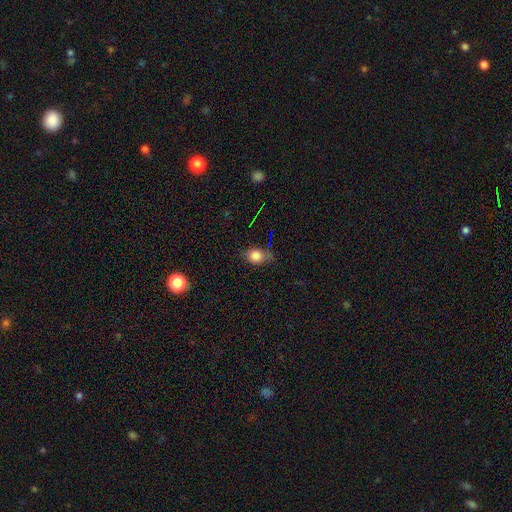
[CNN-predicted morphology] smooth 80%, star or artifact 11%, featured or disk 9%. Down the decision tree: how rounded — in between (57%); merging — none (55%).